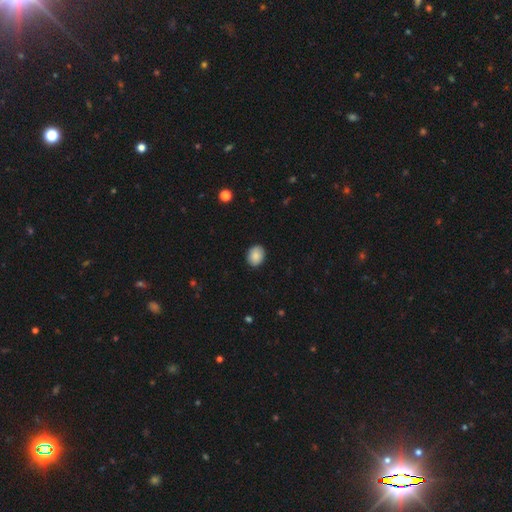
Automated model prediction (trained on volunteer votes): Smooth or featured? smooth (88%)
How rounded? in between (55%)
Merging? none (88%)